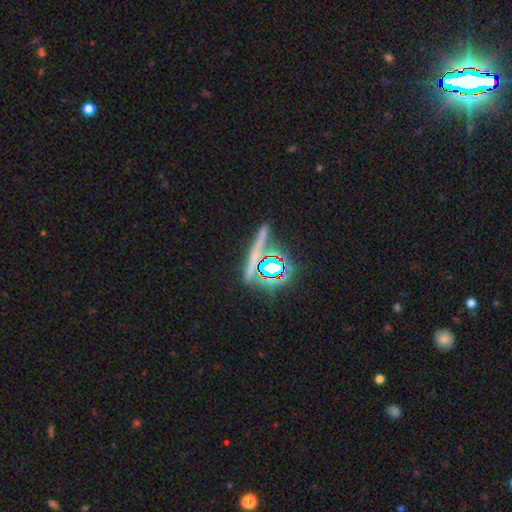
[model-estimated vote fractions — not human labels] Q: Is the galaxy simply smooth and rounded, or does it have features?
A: star or artifact — 60%.